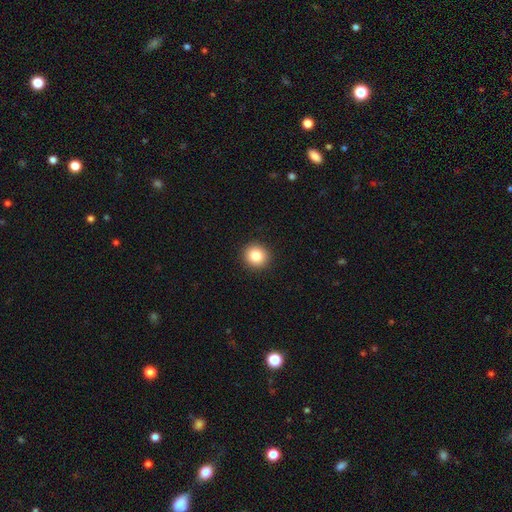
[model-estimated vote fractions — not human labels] Smooth or featured?
  - smooth: 84% *
  - star or artifact: 10%
  - featured or disk: 6%
How rounded?
  - round: 90% *
  - in between: 9%
  - cigar-shaped: 1%
Merging?
  - none: 93% *
  - minor disturbance: 5%
  - major disturbance: 2%
  - merger: 1%